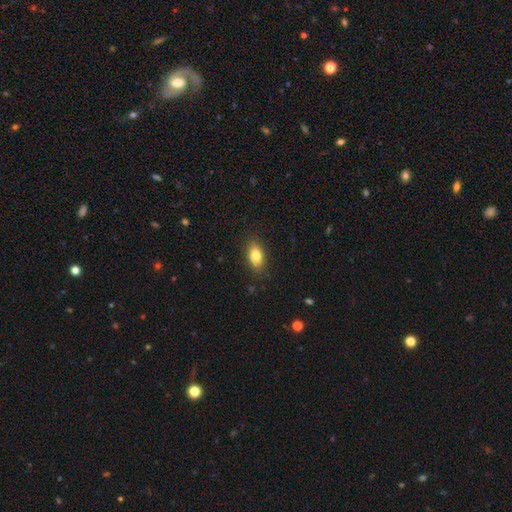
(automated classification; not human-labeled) A smooth galaxy with no disk features (82%) that is in between round and cigar-shaped (87%).

Vote fractions:
- Smooth or featured? smooth: 82% / featured or disk: 10% / star or artifact: 8%
- How rounded? in between: 87% / round: 9% / cigar-shaped: 4%
- Merging? none: 86% / minor disturbance: 11% / major disturbance: 3% / merger: 1%